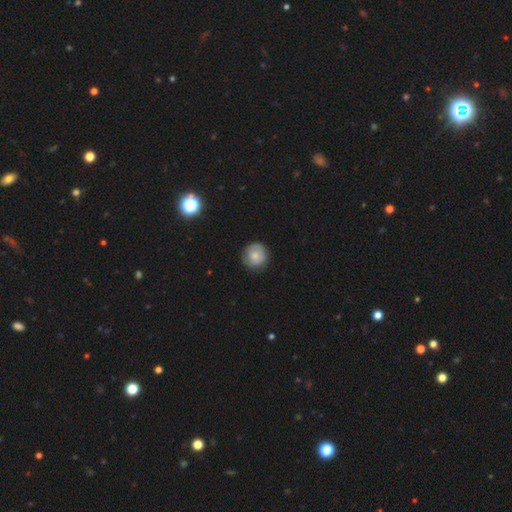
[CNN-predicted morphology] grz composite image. It shows a smooth galaxy with no disk features (65%) that is round (92%). Merging: none (79%).